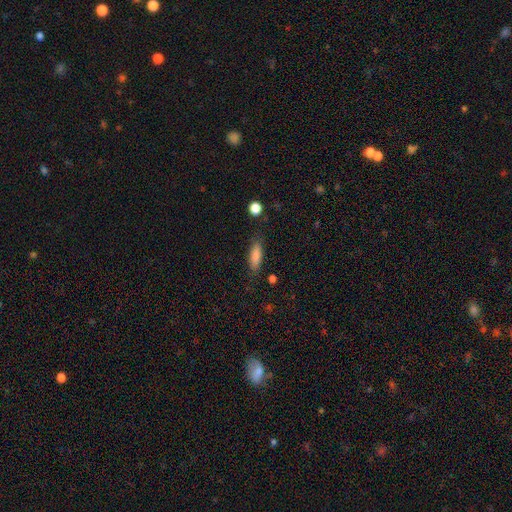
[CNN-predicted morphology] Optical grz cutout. It shows a smooth galaxy with no disk features (84%) that is in between round and cigar-shaped (55%). Merging: none (81%).